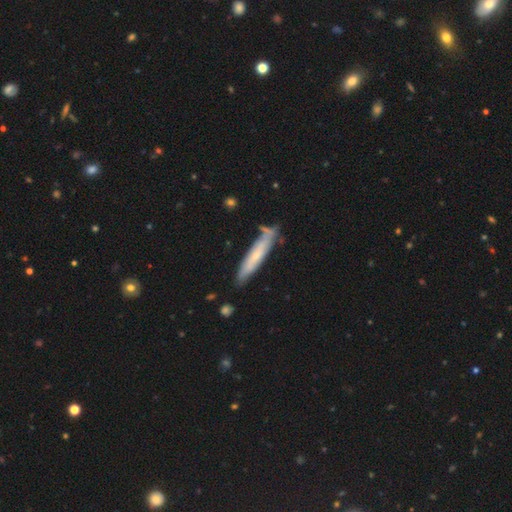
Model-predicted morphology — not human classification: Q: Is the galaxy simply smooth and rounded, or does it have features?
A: smooth — 53%.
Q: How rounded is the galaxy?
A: cigar-shaped — 90%.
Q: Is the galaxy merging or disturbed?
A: none — 71%.